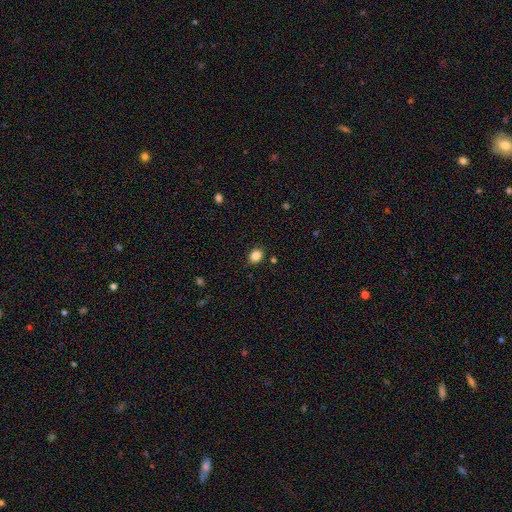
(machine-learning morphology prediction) Smooth or featured: smooth — 85% (star or artifact — 10%)
How rounded: round — 51% (in between — 48%)
Merging: none — 87% (minor disturbance — 9%)